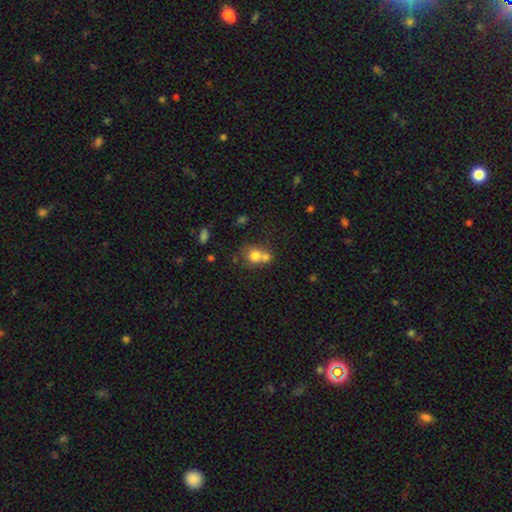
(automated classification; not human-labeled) Q: Smooth or featured?
A: smooth (75%); runner-up: featured or disk (14%)
Q: How rounded?
A: round (76%); runner-up: in between (23%)
Q: Merging?
A: merger (53%); runner-up: none (35%)